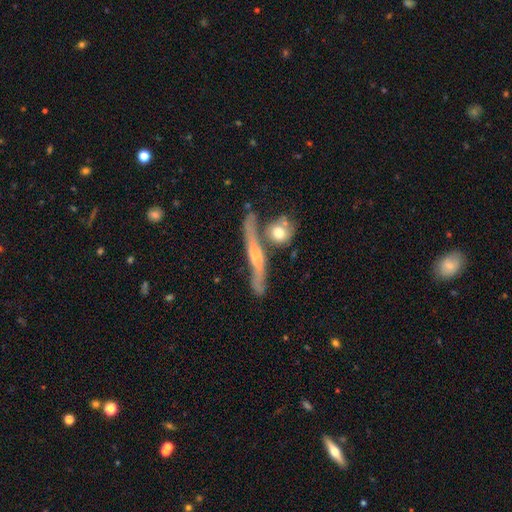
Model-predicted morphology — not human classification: Overall: featured or disk (72%). Edge-on disk: yes (81%). Edge-on bulge: rounded (78%). Merging: none (60%).